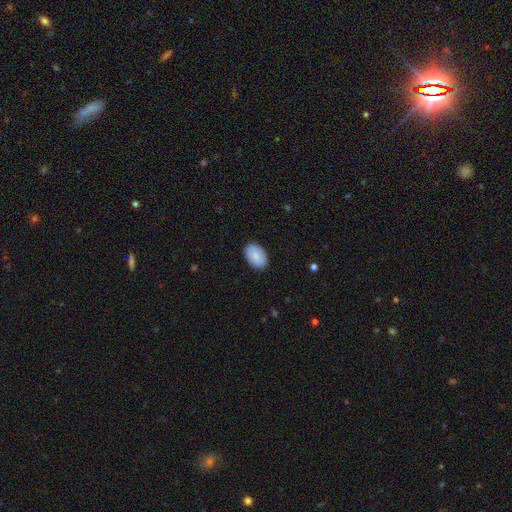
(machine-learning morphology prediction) Smooth or featured? Predicted: smooth (p=0.87). How rounded? Predicted: in between (p=0.91). Merging? Predicted: none (p=0.89).